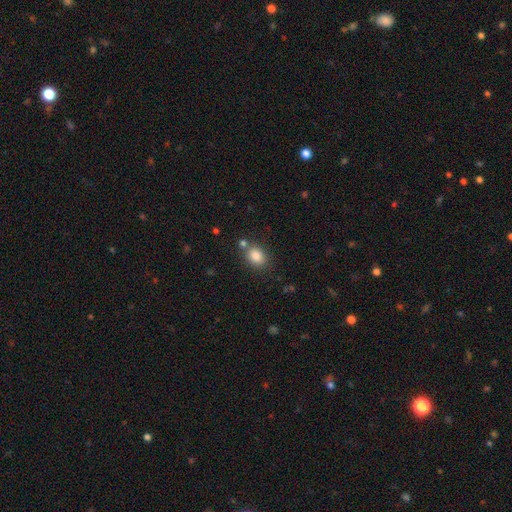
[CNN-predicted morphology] smooth-or-featured: smooth: 85% | star or artifact: 9% | featured or disk: 6%
  how-rounded: in between: 69% | round: 30% | cigar-shaped: 1%
  merging: none: 72% | minor disturbance: 12% | merger: 12% | major disturbance: 4%